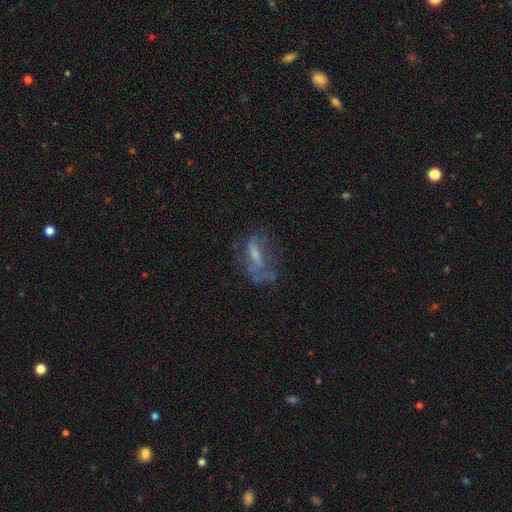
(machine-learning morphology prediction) A featured or disk galaxy (54%).

Vote fractions:
- Smooth or featured? featured or disk: 54% / smooth: 32% / star or artifact: 14%
- Edge-on disk? no: 87% / yes: 13%
- Merging? none: 41% / major disturbance: 32% / minor disturbance: 22% / merger: 5%